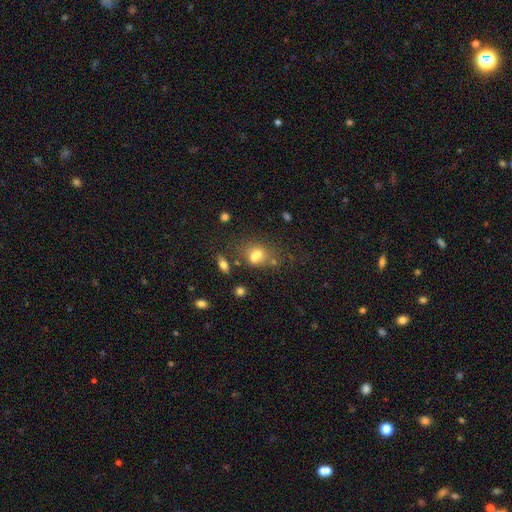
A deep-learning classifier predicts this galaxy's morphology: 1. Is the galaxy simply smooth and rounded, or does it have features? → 65% smooth, 19% featured or disk, 16% star or artifact.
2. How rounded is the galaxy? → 52% in between, 46% round, 2% cigar-shaped.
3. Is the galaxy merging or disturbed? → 46% merger, 34% none, 12% minor disturbance, 7% major disturbance.